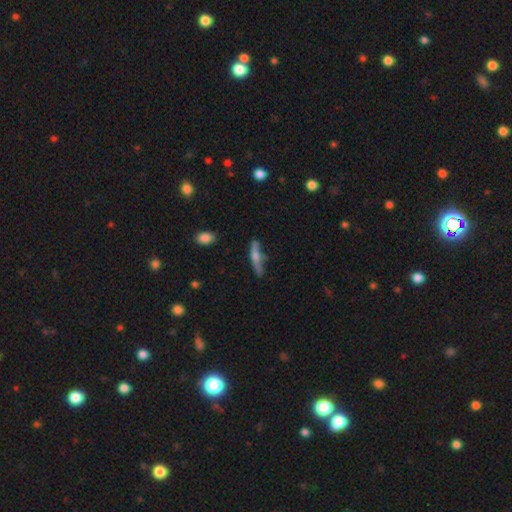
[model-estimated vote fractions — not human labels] Smooth or featured? Predicted: smooth (p=0.48). Merging? Predicted: none (p=0.64).